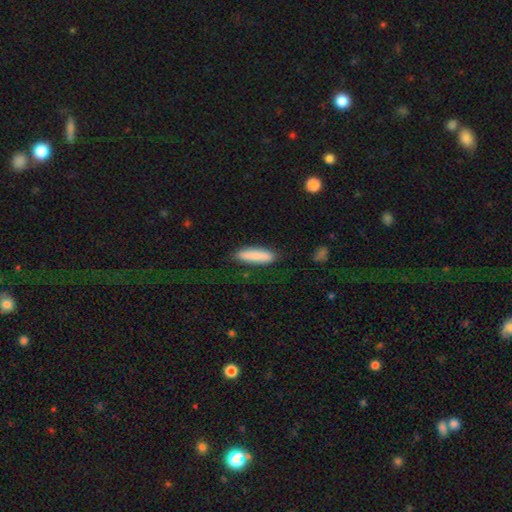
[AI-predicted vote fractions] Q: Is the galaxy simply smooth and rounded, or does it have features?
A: smooth — 84%.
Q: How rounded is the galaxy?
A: cigar-shaped — 68%.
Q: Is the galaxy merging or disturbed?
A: none — 85%.